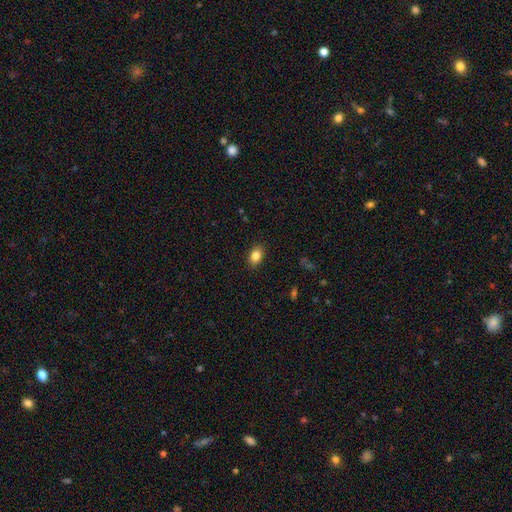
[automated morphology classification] A smooth galaxy with no disk features (84%) that is in between round and cigar-shaped (79%). Merging: none (88%).